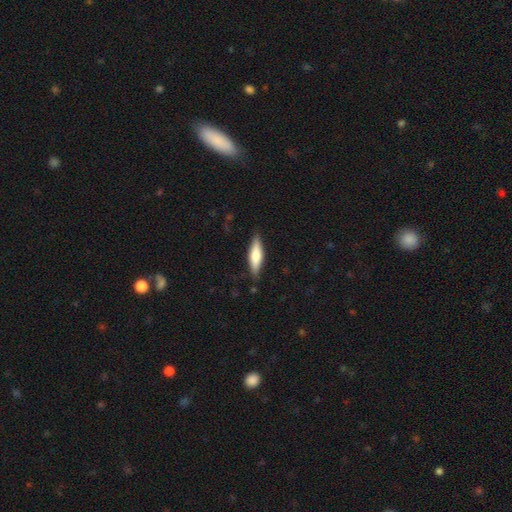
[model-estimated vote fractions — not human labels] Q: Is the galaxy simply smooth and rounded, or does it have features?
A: smooth — 62%.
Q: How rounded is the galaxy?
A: cigar-shaped — 65%.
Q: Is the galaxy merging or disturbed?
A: none — 85%.